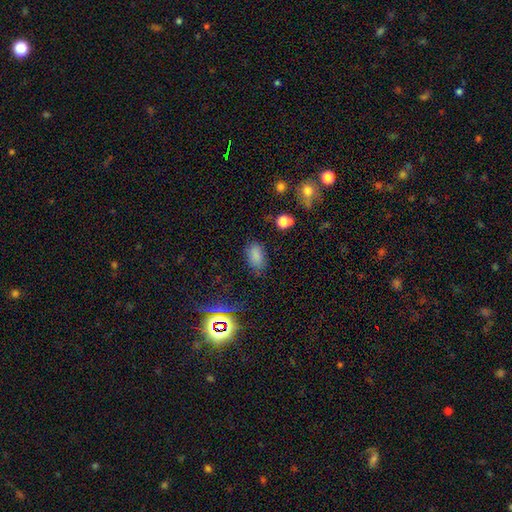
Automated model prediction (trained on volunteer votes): smooth-or-featured: smooth: 79% | star or artifact: 16% | featured or disk: 6%
  how-rounded: in between: 90% | round: 7% | cigar-shaped: 3%
  merging: none: 76% | minor disturbance: 17% | major disturbance: 5% | merger: 2%